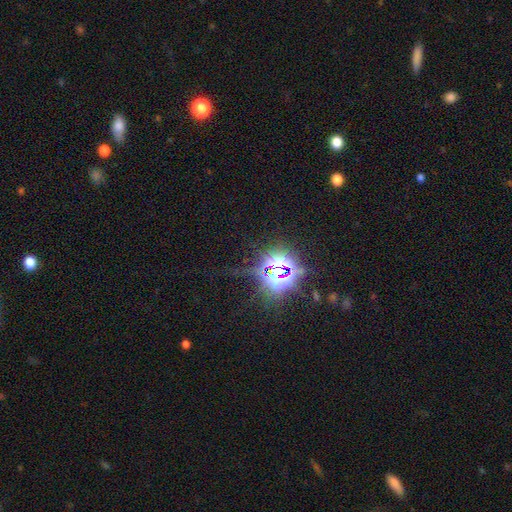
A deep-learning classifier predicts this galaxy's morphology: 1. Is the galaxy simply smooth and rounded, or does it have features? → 86% star or artifact, 8% smooth, 6% featured or disk.